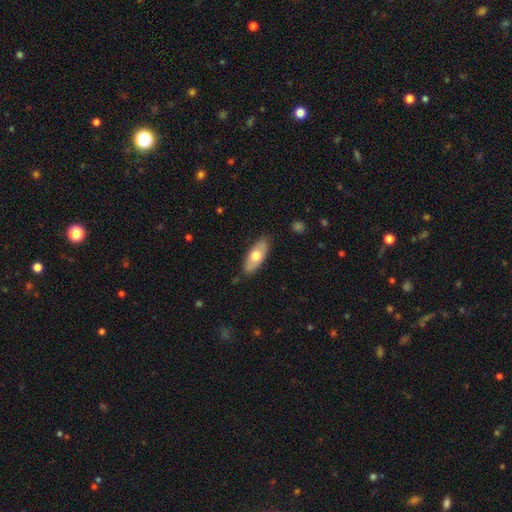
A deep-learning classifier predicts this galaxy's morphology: Q: Smooth or featured?
A: smooth (61%); runner-up: featured or disk (33%)
Q: How rounded?
A: in between (82%); runner-up: cigar-shaped (15%)
Q: Merging?
A: none (84%); runner-up: minor disturbance (12%)